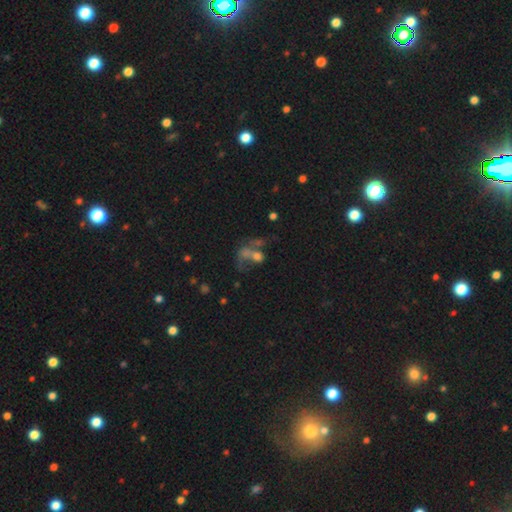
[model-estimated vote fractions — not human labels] Smooth or featured?
  - smooth: 39% *
  - featured or disk: 34%
  - star or artifact: 27%
Merging?
  - merger: 46% *
  - major disturbance: 23%
  - none: 21%
  - minor disturbance: 9%